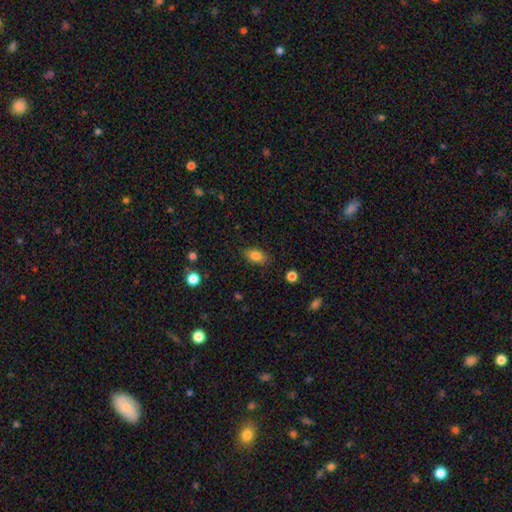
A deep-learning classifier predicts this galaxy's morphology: This appears to be a smooth galaxy with no disk features (82%) that is in between round and cigar-shaped (86%). Merging: none (85%).